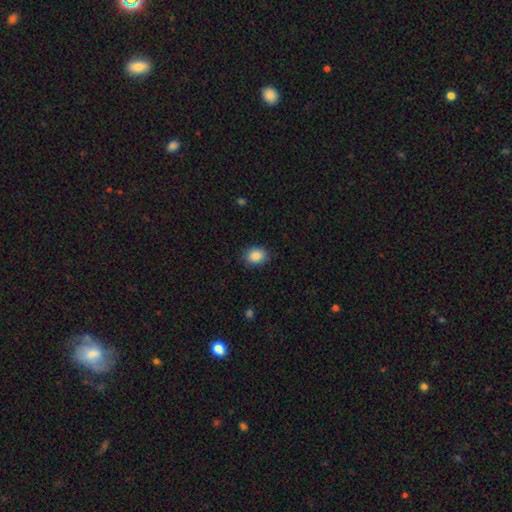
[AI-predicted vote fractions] smooth_or_featured: smooth (p=0.87) [alt: star or artifact p=0.09]
how_rounded: round (p=0.52) [alt: in between p=0.47]
merging: none (p=0.85) [alt: minor disturbance p=0.11]